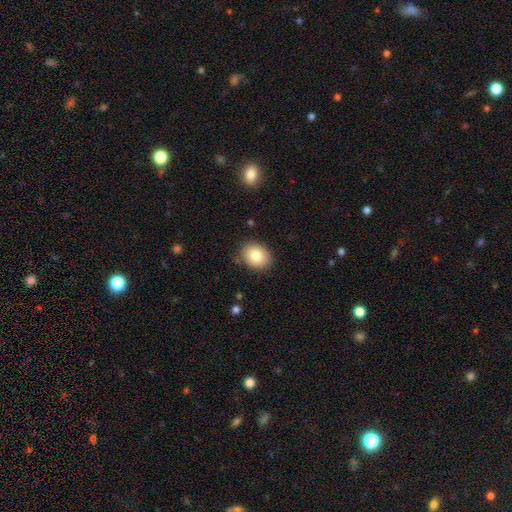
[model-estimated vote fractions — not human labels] The model was most divided on "how rounded": in between: 50%, round: 49%, cigar-shaped: 1%. More confident: merging — none (85%); smooth or featured — smooth (82%).